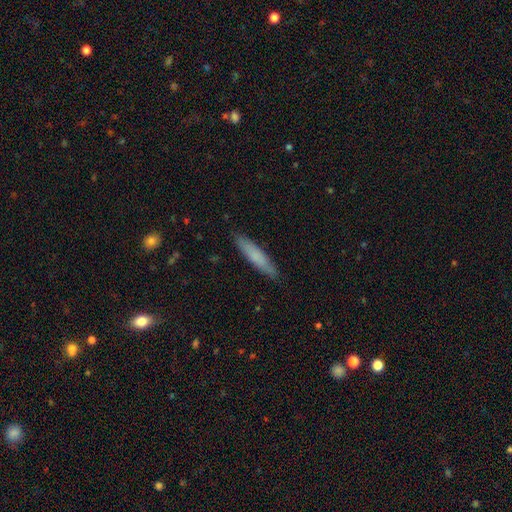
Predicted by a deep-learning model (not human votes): Smooth or featured? smooth (74%)
How rounded? cigar-shaped (89%)
Merging? none (88%)